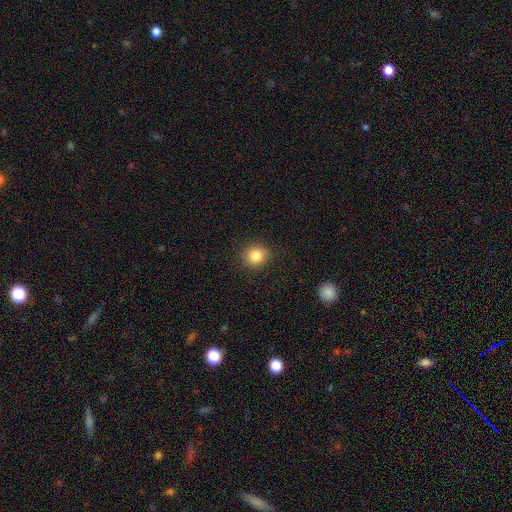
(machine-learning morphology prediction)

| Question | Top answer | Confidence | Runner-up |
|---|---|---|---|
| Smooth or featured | smooth | 84% | star or artifact (10%) |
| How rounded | round | 84% | in between (15%) |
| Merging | none | 88% | minor disturbance (8%) |